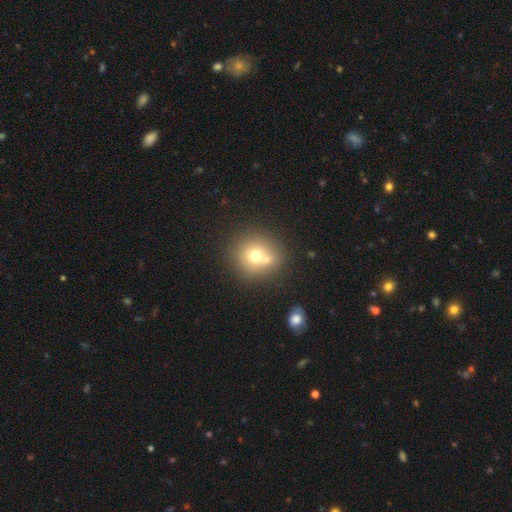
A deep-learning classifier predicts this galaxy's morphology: smooth_or_featured: smooth (p=0.68) [alt: featured or disk p=0.18]
how_rounded: round (p=0.89) [alt: in between p=0.10]
merging: none (p=0.58) [alt: merger p=0.29]